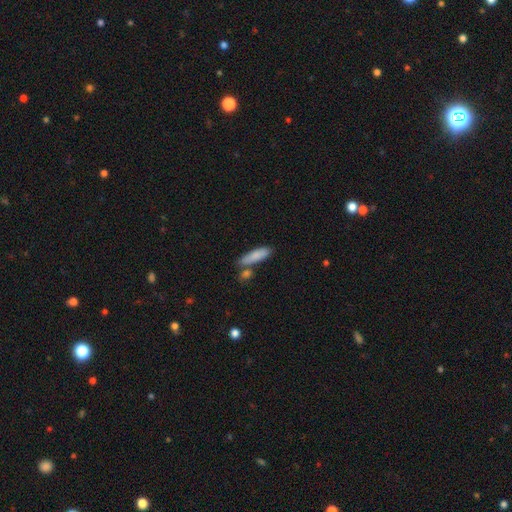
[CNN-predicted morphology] Smooth or featured? smooth (82%)
How rounded? cigar-shaped (59%)
Merging? none (66%)